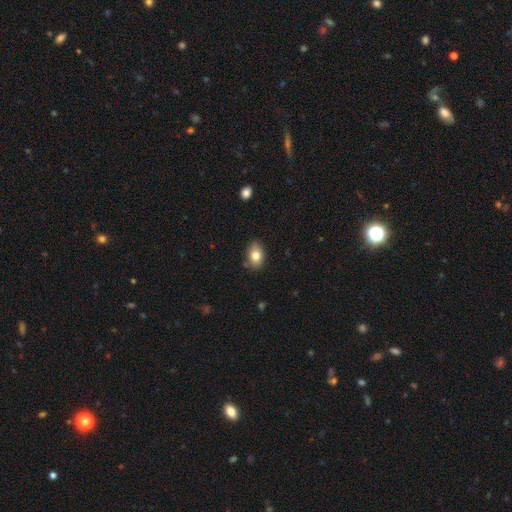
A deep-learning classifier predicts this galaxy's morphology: Q: Smooth or featured?
A: smooth (80%); runner-up: featured or disk (11%)
Q: How rounded?
A: in between (82%); runner-up: round (17%)
Q: Merging?
A: none (82%); runner-up: minor disturbance (14%)